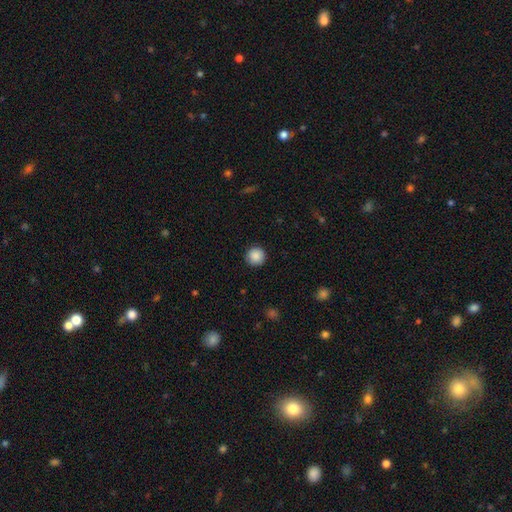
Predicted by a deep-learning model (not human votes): Q: Smooth or featured?
A: smooth (89%); runner-up: star or artifact (9%)
Q: How rounded?
A: round (96%); runner-up: in between (3%)
Q: Merging?
A: none (92%); runner-up: minor disturbance (5%)